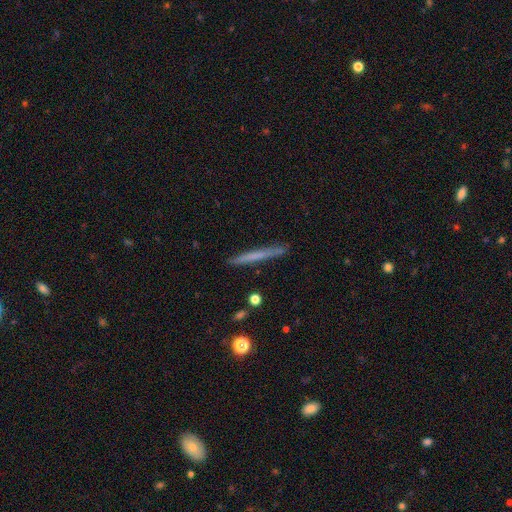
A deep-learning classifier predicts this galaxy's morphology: Smooth or featured: smooth — 55% (featured or disk — 38%)
How rounded: cigar-shaped — 97% (in between — 2%)
Merging: none — 90% (minor disturbance — 7%)